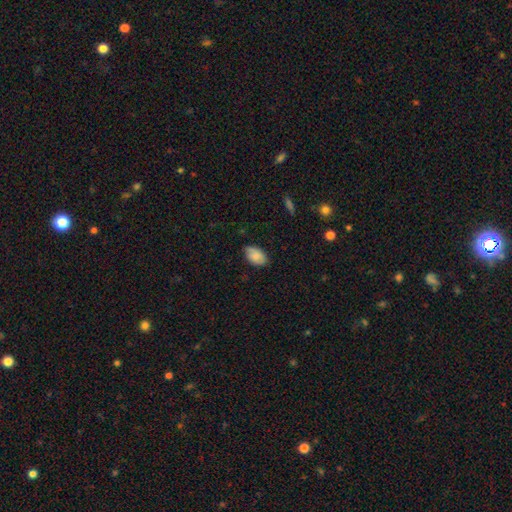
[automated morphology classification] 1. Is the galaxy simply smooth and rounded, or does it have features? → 80% smooth, 13% featured or disk, 7% star or artifact.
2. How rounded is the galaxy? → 91% in between, 7% round, 1% cigar-shaped.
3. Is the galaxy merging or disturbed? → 77% none, 19% minor disturbance, 3% major disturbance, 1% merger.